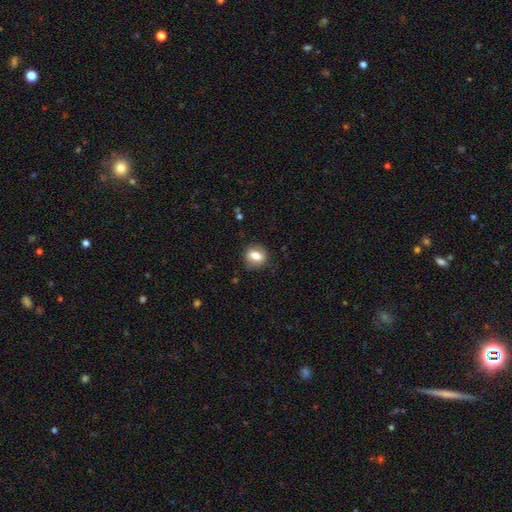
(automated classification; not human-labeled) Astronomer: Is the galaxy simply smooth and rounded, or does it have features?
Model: smooth — 76%.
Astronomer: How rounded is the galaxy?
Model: round — 56% (runner-up: in between, 42%).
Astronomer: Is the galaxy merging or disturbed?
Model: none — 81%.